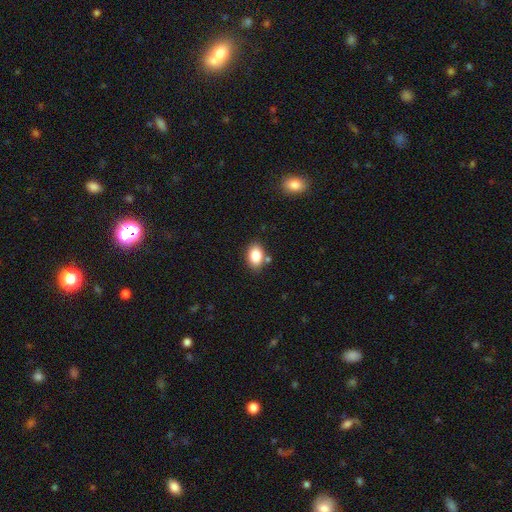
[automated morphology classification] Smooth or featured? smooth (84%)
How rounded? in between (81%)
Merging? none (77%)